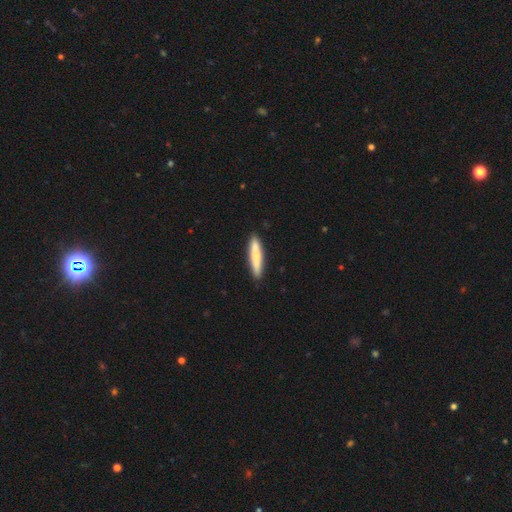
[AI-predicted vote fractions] This appears to be a smooth galaxy with no disk features (75%) that is cigar-shaped (90%). Merging: none (90%).